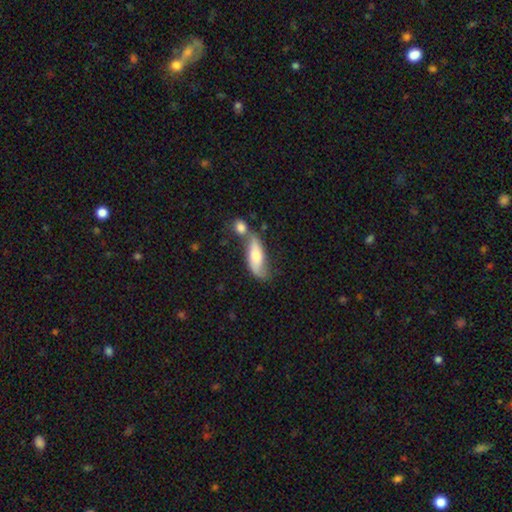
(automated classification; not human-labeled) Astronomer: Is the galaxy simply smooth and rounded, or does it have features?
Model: smooth — 52% (runner-up: featured or disk, 40%).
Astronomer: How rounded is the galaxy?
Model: in between — 58% (runner-up: cigar-shaped, 39%).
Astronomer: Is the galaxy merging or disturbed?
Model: none — 37% (runner-up: merger, 34%).